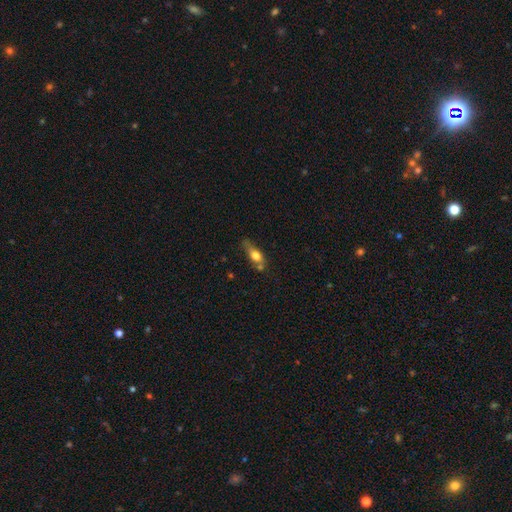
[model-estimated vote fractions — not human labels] The model was most divided on "merging": none: 41%, minor disturbance: 28%, merger: 18%, major disturbance: 13%. More confident: smooth or featured — smooth (66%); how rounded — in between (64%).